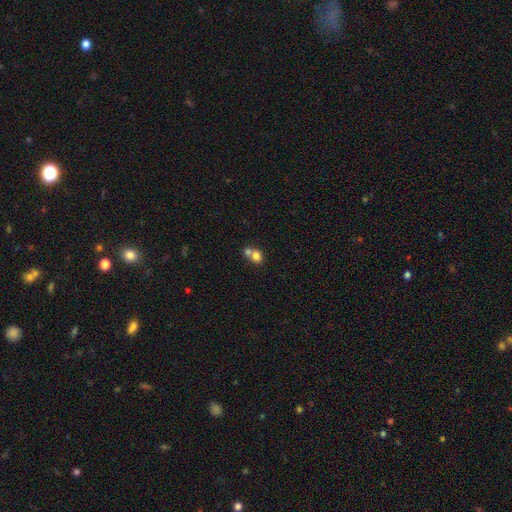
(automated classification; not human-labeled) Smooth or featured? smooth (76%)
How rounded? round (65%)
Merging? merger (62%)